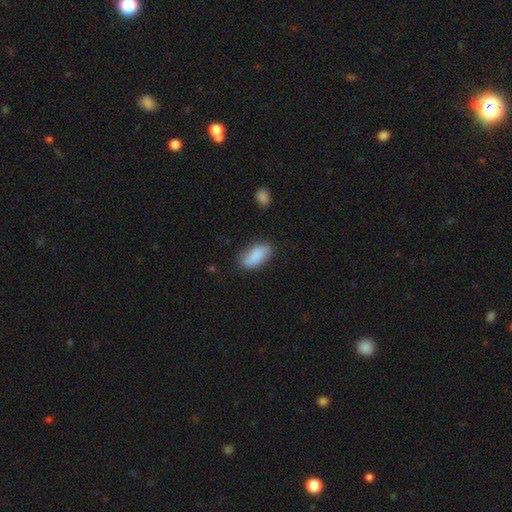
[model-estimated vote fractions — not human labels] smooth-or-featured: smooth: 84% | featured or disk: 9% | star or artifact: 6%
  how-rounded: in between: 90% | cigar-shaped: 7% | round: 3%
  merging: none: 74% | minor disturbance: 19% | major disturbance: 4% | merger: 2%